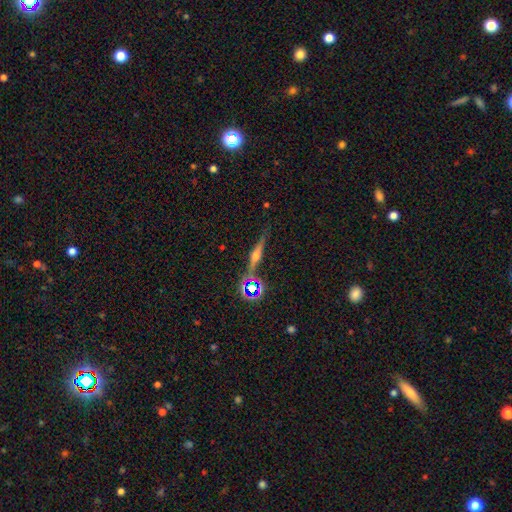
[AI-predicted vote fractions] A featured or disk galaxy (65%) viewed edge-on (94%) with a rounded central bulge (88%). Merging: none (78%).